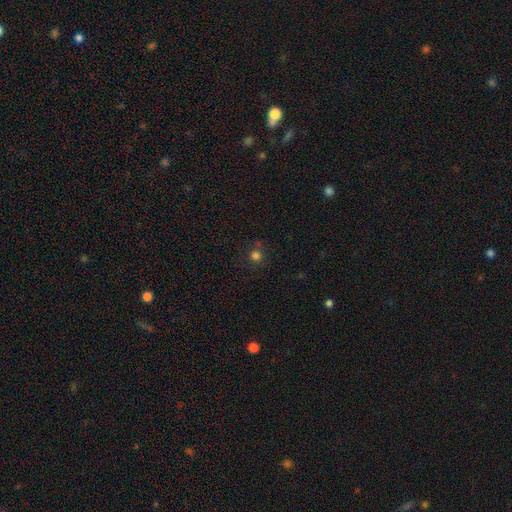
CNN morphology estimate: The model was most divided on "smooth or featured": smooth: 75%, star or artifact: 19%, featured or disk: 6%. More confident: how rounded — round (92%); merging — none (80%).